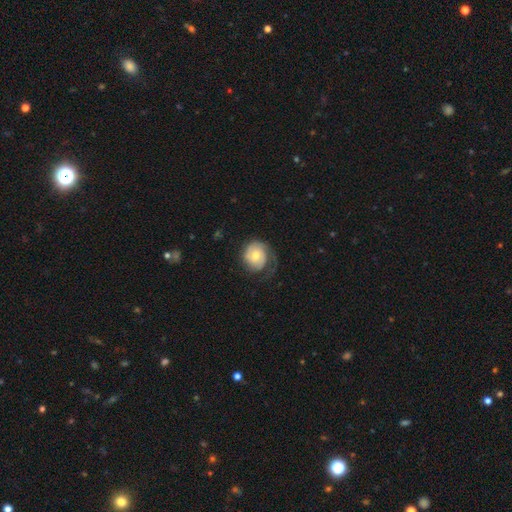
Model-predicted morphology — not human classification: Smooth or featured? Predicted: featured or disk (p=0.58). Edge-on disk? Predicted: no (p=0.97). Bar? Predicted: no (p=0.73). Spiral arms? Predicted: yes (p=0.85). Bulge size? Predicted: moderate (p=0.60). Merging? Predicted: none (p=0.52).